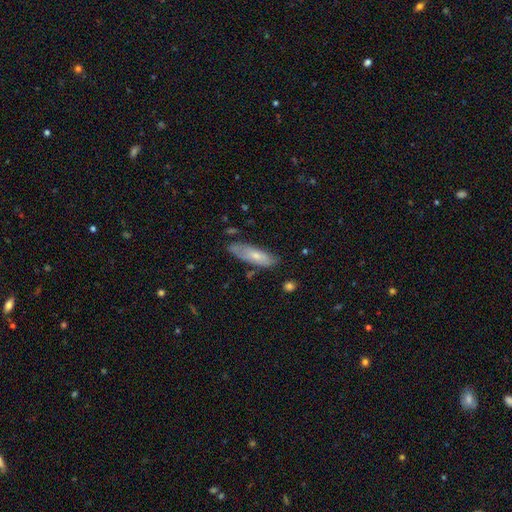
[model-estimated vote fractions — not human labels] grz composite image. It shows a smooth galaxy with no disk features (63%) that is in between round and cigar-shaped (54%). Merging: none (68%).